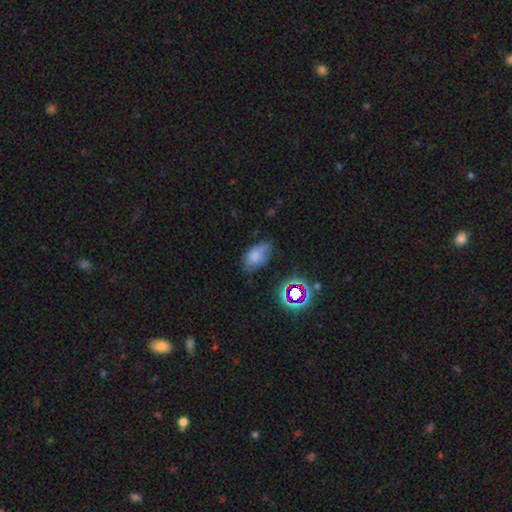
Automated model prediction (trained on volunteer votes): Smooth or featured?
  - smooth: 72% *
  - star or artifact: 15%
  - featured or disk: 13%
How rounded?
  - in between: 90% *
  - round: 8%
  - cigar-shaped: 2%
Merging?
  - none: 58% *
  - minor disturbance: 31%
  - major disturbance: 8%
  - merger: 2%